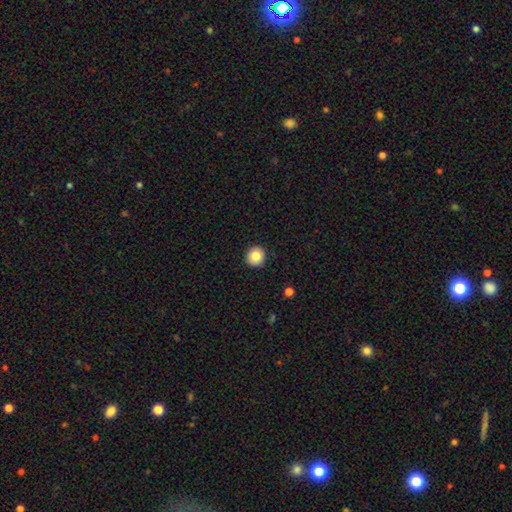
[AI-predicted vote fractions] Smooth or featured: smooth — 83% (star or artifact — 9%)
How rounded: round — 93% (in between — 6%)
Merging: none — 92% (minor disturbance — 5%)